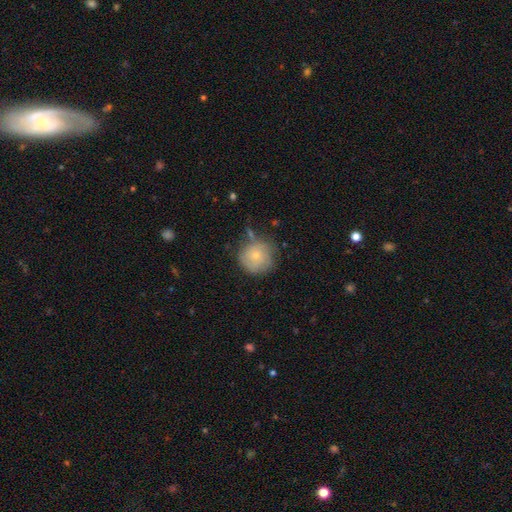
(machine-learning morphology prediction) A smooth galaxy with no disk features (62%) that is round (92%). Merging: none (66%).